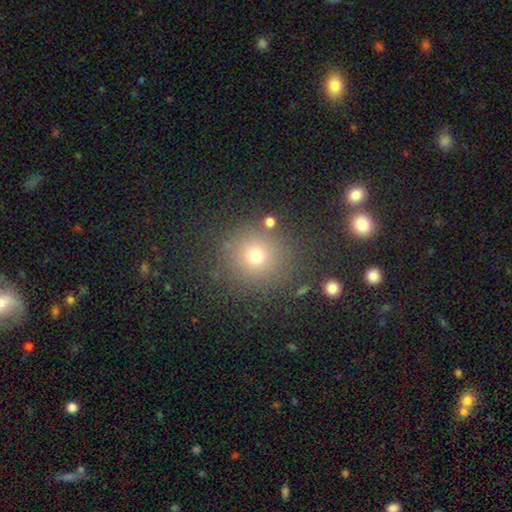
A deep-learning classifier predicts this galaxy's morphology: Q: Smooth or featured?
A: smooth (70%); runner-up: star or artifact (20%)
Q: How rounded?
A: round (92%); runner-up: in between (7%)
Q: Merging?
A: none (84%); runner-up: minor disturbance (9%)